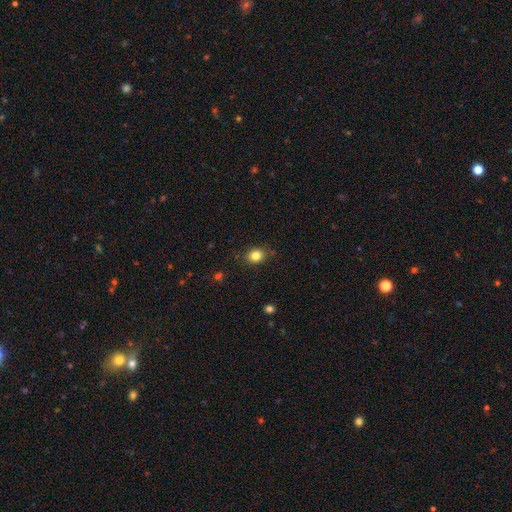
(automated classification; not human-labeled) Morphology: type=smooth (83%); roundness=round (61%); merging=none (85%).